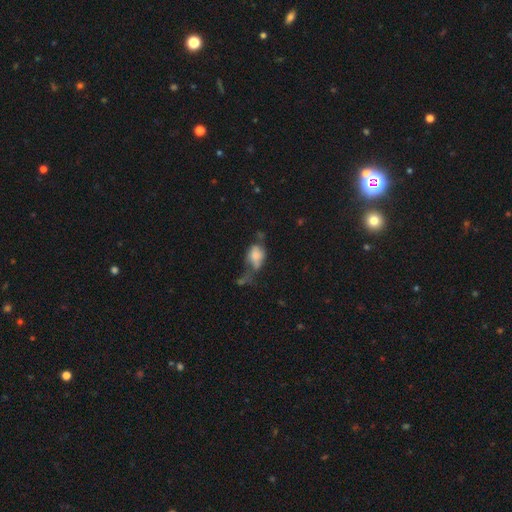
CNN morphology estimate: type=smooth (65%); roundness=in between (76%); merging=major disturbance (37%).